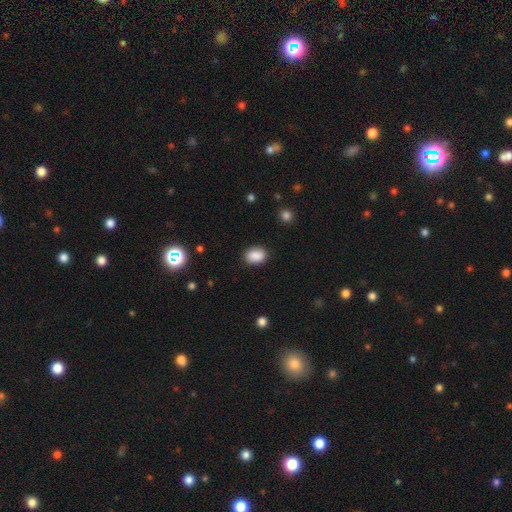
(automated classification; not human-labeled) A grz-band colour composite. It shows a smooth galaxy with no disk features (87%) that is in between round and cigar-shaped (79%). Merging: none (86%).